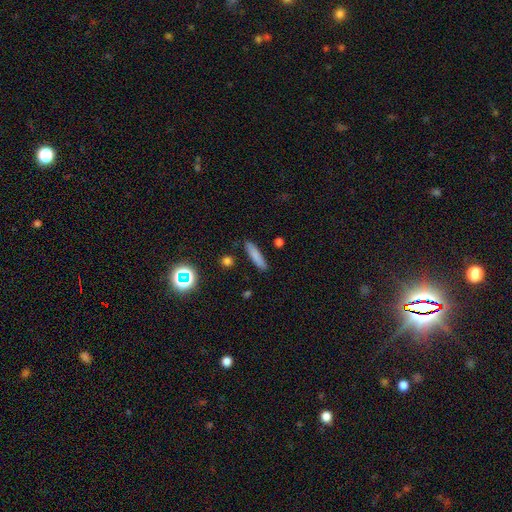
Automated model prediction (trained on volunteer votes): smooth_or_featured: smooth (p=0.80) [alt: featured or disk p=0.11]
how_rounded: cigar-shaped (p=0.80) [alt: in between p=0.17]
merging: none (p=0.87) [alt: minor disturbance p=0.09]